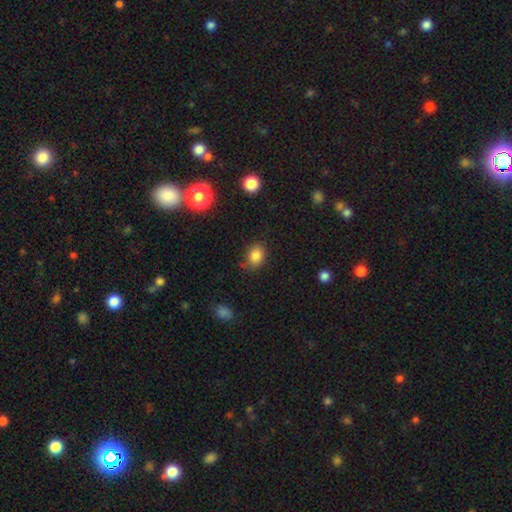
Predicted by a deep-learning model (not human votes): Smooth or featured?
  - smooth: 84% *
  - star or artifact: 11%
  - featured or disk: 5%
How rounded?
  - in between: 59% *
  - round: 40%
  - cigar-shaped: 1%
Merging?
  - none: 78% *
  - minor disturbance: 16%
  - major disturbance: 4%
  - merger: 2%